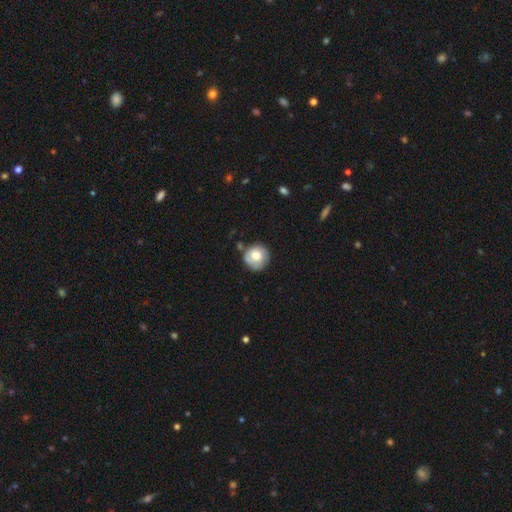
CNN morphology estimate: A smooth galaxy with no disk features (66%) that is round (90%).

Vote fractions:
- Smooth or featured? smooth: 66% / featured or disk: 27% / star or artifact: 7%
- How rounded? round: 90% / in between: 9% / cigar-shaped: 1%
- Merging? none: 69% / minor disturbance: 20% / major disturbance: 6% / merger: 4%